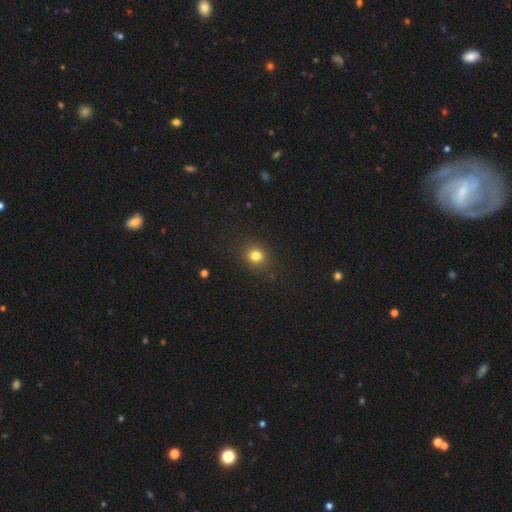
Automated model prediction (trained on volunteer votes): smooth 81%, star or artifact 14%, featured or disk 6%. Down the decision tree: how rounded — round (84%); merging — none (89%).